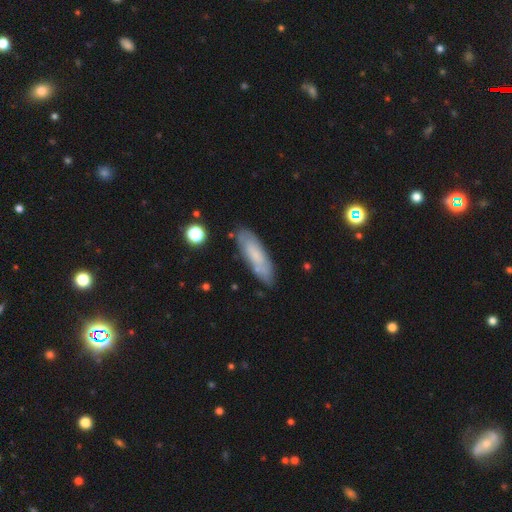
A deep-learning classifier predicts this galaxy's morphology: smooth_or_featured: smooth (p=0.58) [alt: featured or disk p=0.34]
how_rounded: cigar-shaped (p=0.52) [alt: in between p=0.46]
merging: none (p=0.78) [alt: minor disturbance p=0.15]